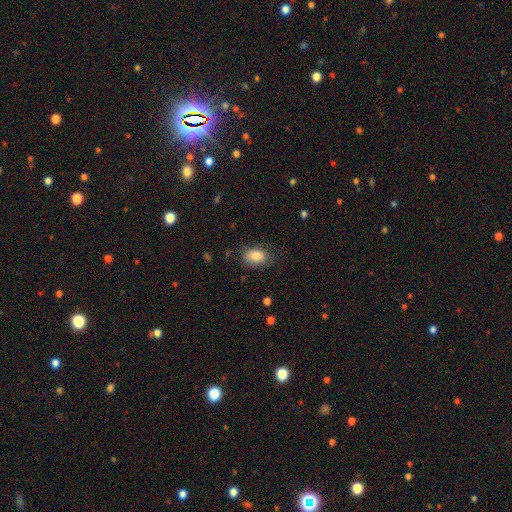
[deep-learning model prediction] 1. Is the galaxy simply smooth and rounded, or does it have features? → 84% smooth, 8% featured or disk, 8% star or artifact.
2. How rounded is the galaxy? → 88% in between, 11% round, 1% cigar-shaped.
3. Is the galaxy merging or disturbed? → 74% none, 18% minor disturbance, 6% major disturbance, 1% merger.